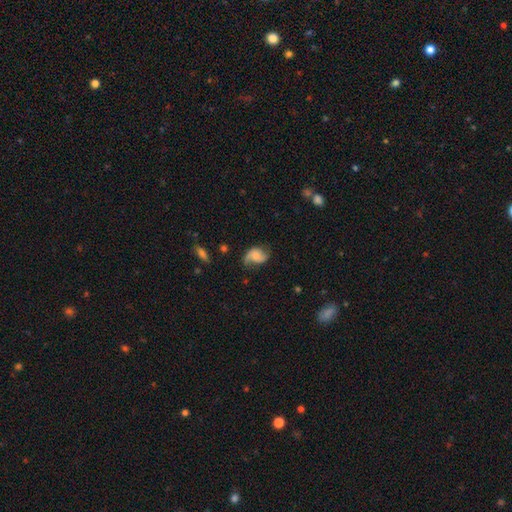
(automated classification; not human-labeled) Smooth or featured? Predicted: featured or disk (p=0.62). Edge-on disk? Predicted: no (p=0.97). Bar? Predicted: no (p=0.61). Spiral arms? Predicted: yes (p=0.93). Spiral winding? Predicted: loose (p=0.56). Spiral arm count? Predicted: 2 (p=0.73). Bulge size? Predicted: none (p=0.45). Merging? Predicted: none (p=0.56).